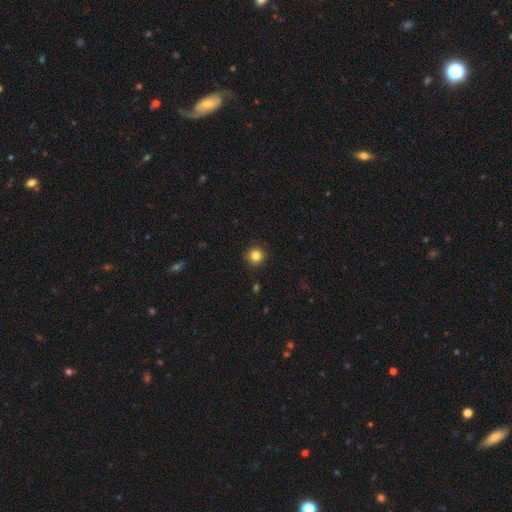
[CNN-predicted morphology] A smooth galaxy with no disk features (83%) that is round (95%).

Vote fractions:
- Smooth or featured? smooth: 83% / star or artifact: 12% / featured or disk: 5%
- How rounded? round: 95% / in between: 5% / cigar-shaped: 1%
- Merging? none: 91% / minor disturbance: 7% / major disturbance: 2% / merger: 1%